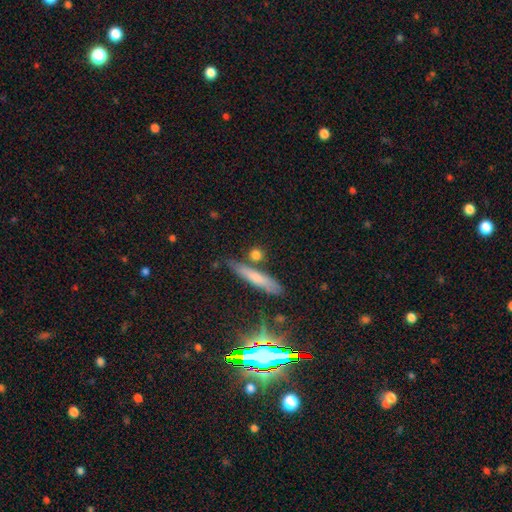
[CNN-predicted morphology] Smooth or featured?
  - smooth: 63% *
  - featured or disk: 21%
  - star or artifact: 16%
How rounded?
  - cigar-shaped: 73% *
  - in between: 14%
  - round: 14%
Merging?
  - none: 75% *
  - minor disturbance: 12%
  - merger: 9%
  - major disturbance: 4%